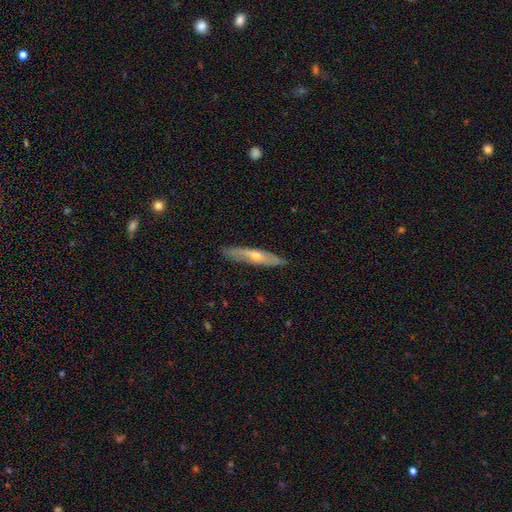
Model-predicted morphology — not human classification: smooth_or_featured: featured or disk (p=0.58) [alt: smooth p=0.36]
disk_edge_on: yes (p=0.76) [alt: no p=0.24]
merging: none (p=0.86) [alt: minor disturbance p=0.11]